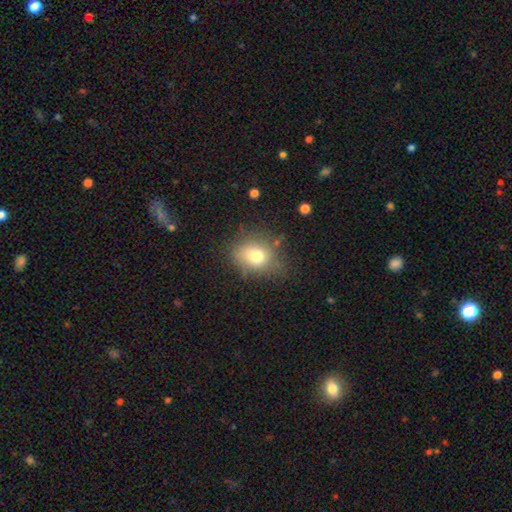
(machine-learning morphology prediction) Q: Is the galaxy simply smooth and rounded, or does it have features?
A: smooth — 72%.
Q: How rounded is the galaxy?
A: round — 60%.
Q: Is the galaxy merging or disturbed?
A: none — 69%.